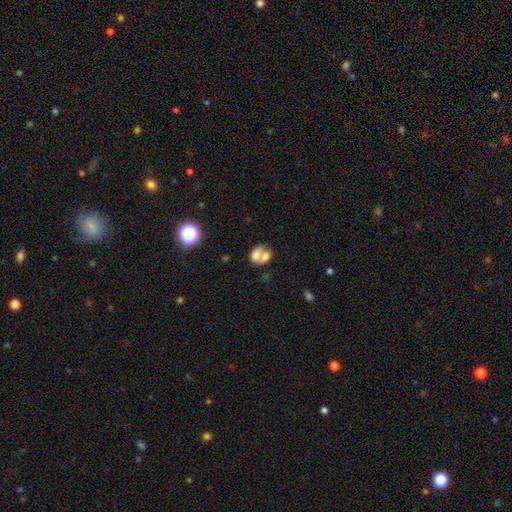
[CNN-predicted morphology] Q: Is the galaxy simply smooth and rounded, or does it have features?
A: smooth — 60%.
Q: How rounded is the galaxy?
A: in between — 55%.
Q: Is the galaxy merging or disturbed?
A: merger — 67%.